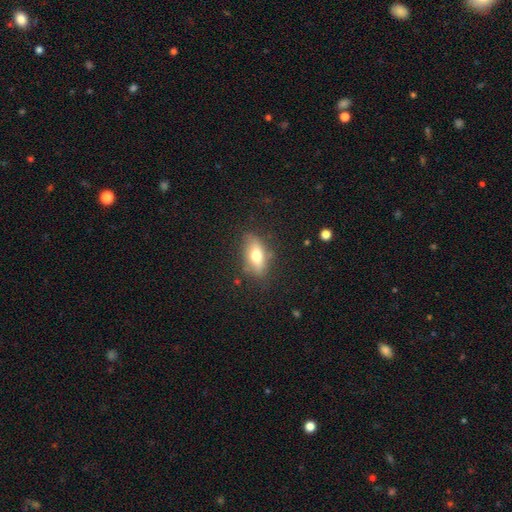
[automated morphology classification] smooth_or_featured: smooth (p=0.65) [alt: featured or disk p=0.27]
how_rounded: in between (p=0.82) [alt: cigar-shaped p=0.13]
merging: none (p=0.71) [alt: minor disturbance p=0.21]